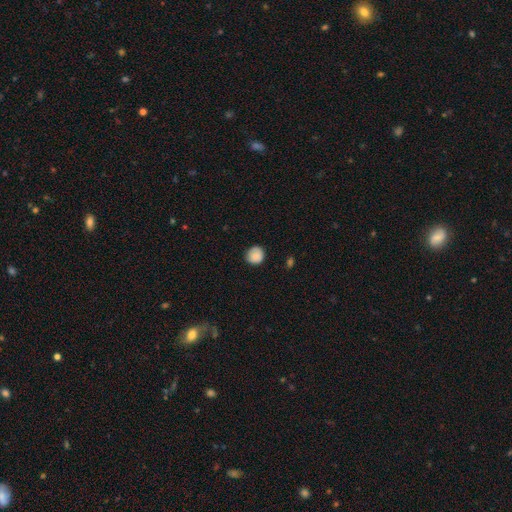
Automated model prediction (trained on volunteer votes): A smooth galaxy with no disk features (87%) that is round (91%). Merging: none (82%).